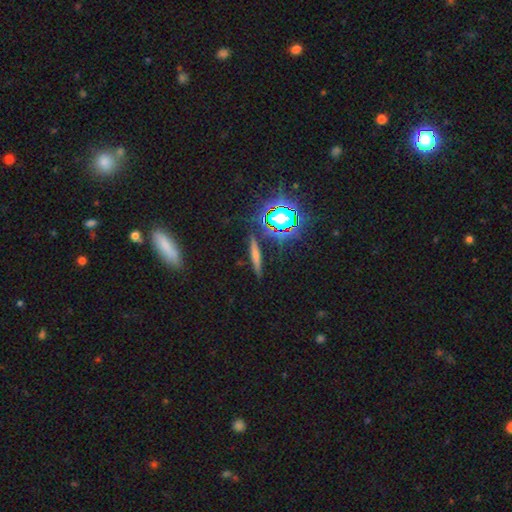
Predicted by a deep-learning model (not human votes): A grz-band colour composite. It shows a smooth galaxy with no disk features (44%). Merging: none (84%).